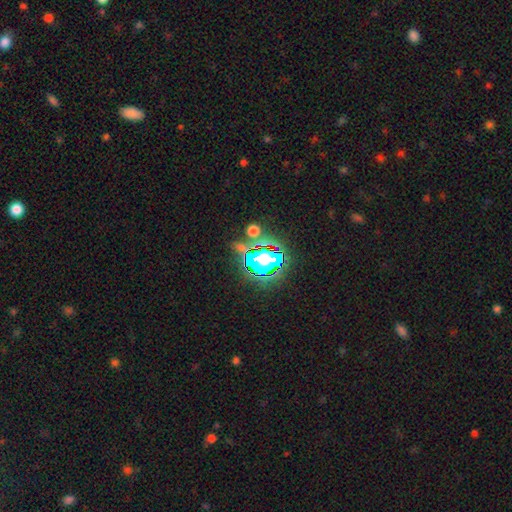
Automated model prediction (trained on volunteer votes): Smooth or featured? Predicted: star or artifact (p=0.75).